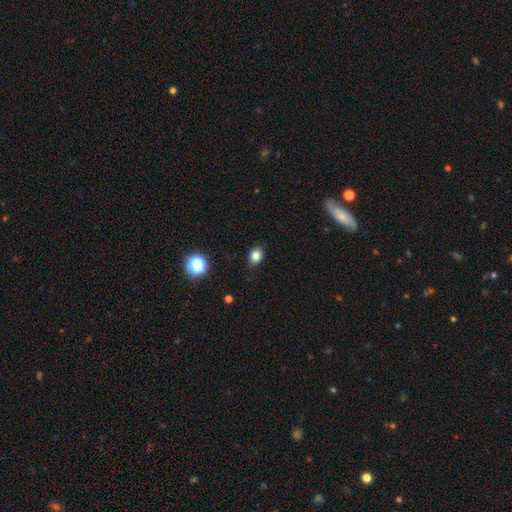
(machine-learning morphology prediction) Smooth or featured?
  - smooth: 81% *
  - star or artifact: 12%
  - featured or disk: 6%
How rounded?
  - in between: 64% *
  - round: 35%
  - cigar-shaped: 1%
Merging?
  - none: 85% *
  - minor disturbance: 11%
  - major disturbance: 2%
  - merger: 1%